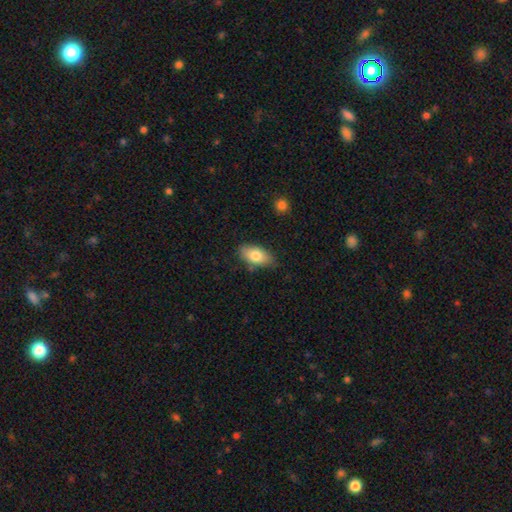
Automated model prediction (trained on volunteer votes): Morphology: type=smooth (79%); roundness=in between (91%); merging=none (76%).